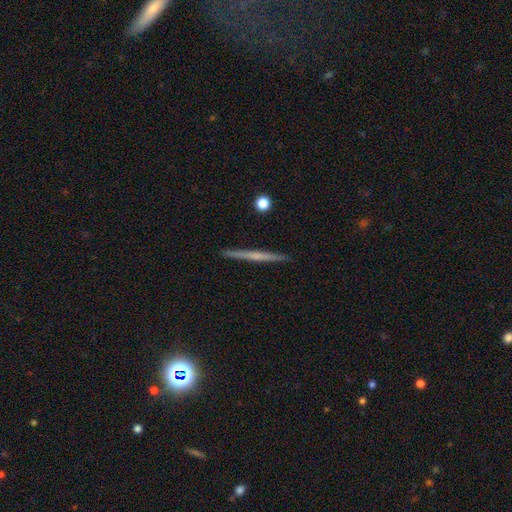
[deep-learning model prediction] A featured or disk galaxy (60%) viewed edge-on (98%) with no central bulge (64%). Merging: none (92%).